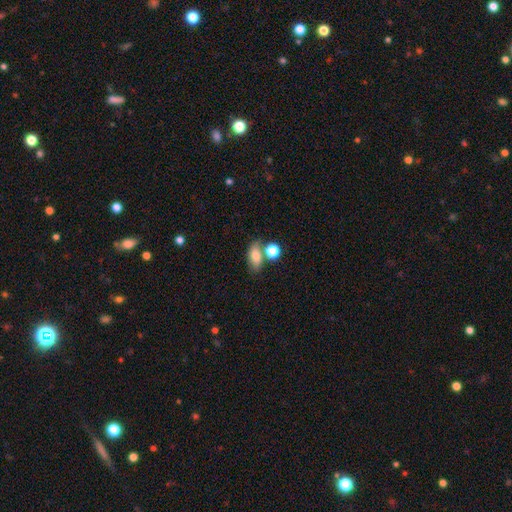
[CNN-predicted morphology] Smooth or featured?
  - smooth: 76% *
  - featured or disk: 14%
  - star or artifact: 10%
How rounded?
  - in between: 81% *
  - round: 14%
  - cigar-shaped: 5%
Merging?
  - none: 55% *
  - merger: 24%
  - minor disturbance: 15%
  - major disturbance: 6%